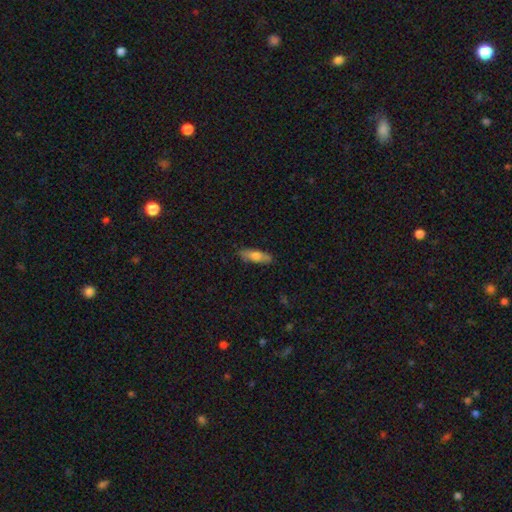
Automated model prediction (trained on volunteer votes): Q: Smooth or featured?
A: smooth (70%); runner-up: featured or disk (24%)
Q: How rounded?
A: in between (53%); runner-up: cigar-shaped (45%)
Q: Merging?
A: none (86%); runner-up: minor disturbance (11%)